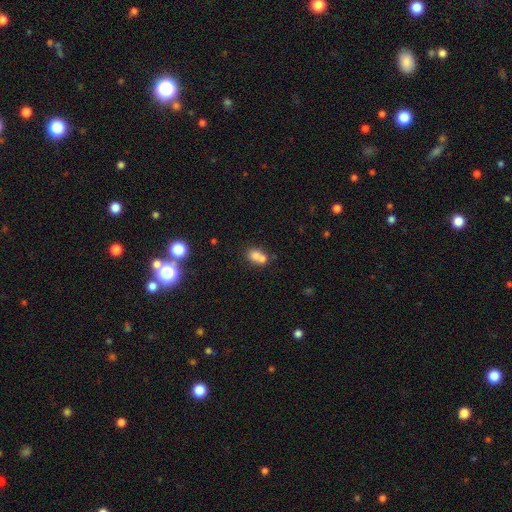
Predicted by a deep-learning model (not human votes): This is likely a smooth galaxy (71%). How rounded: possibly round (58%). Merging: likely merger (61%).